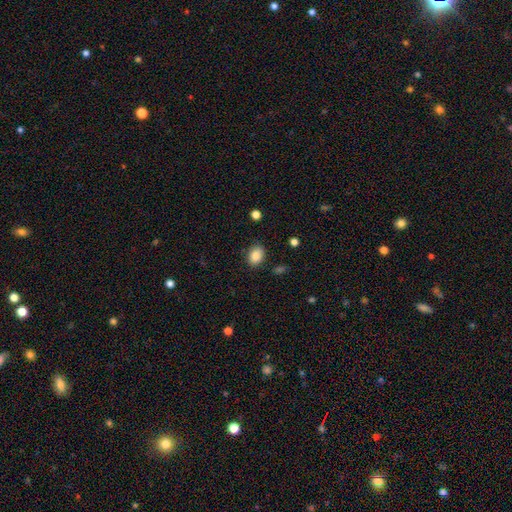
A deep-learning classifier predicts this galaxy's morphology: smooth-or-featured: smooth: 87% | star or artifact: 9% | featured or disk: 5%
  how-rounded: in between: 74% | round: 25% | cigar-shaped: 1%
  merging: none: 83% | minor disturbance: 13% | major disturbance: 3% | merger: 2%